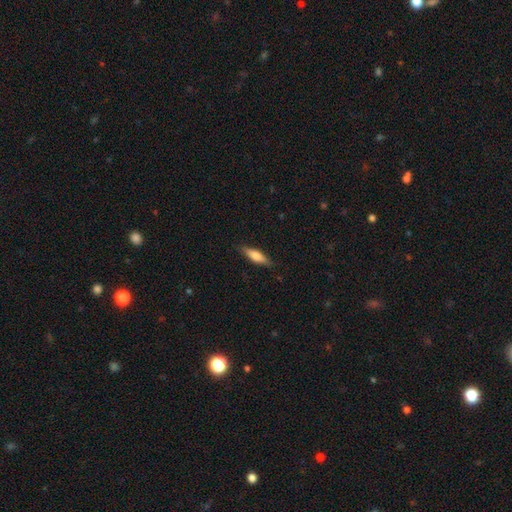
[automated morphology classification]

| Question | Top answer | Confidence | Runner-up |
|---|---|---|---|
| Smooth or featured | smooth | 67% | featured or disk (27%) |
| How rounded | cigar-shaped | 60% | in between (38%) |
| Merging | none | 84% | minor disturbance (12%) |